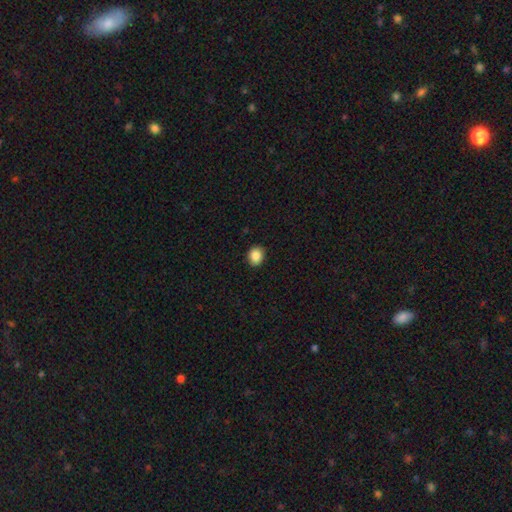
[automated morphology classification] A smooth galaxy with no disk features (88%) that is round (63%). Merging: none (89%).